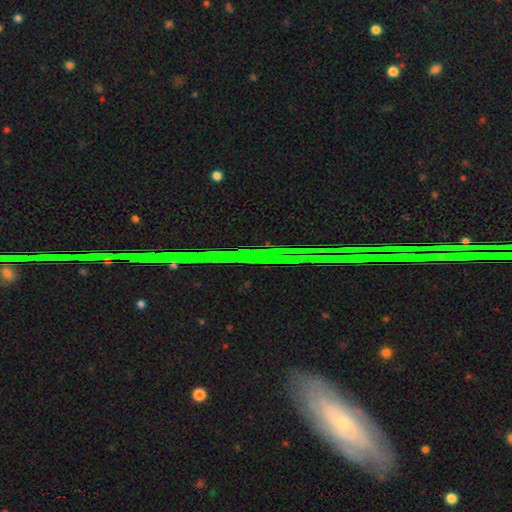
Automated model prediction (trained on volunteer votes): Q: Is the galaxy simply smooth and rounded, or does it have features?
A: star or artifact — 72%.